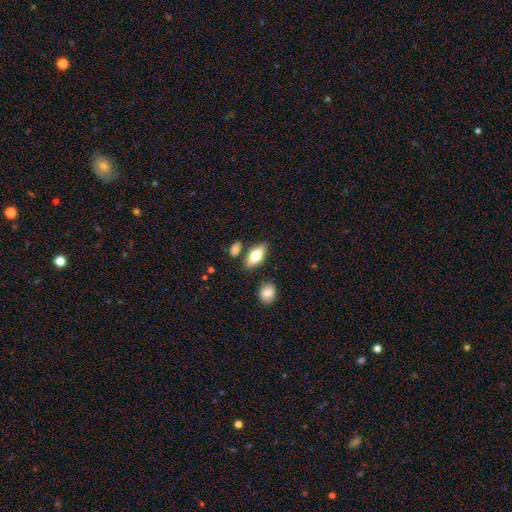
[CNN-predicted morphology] smooth 65%, featured or disk 28%, star or artifact 7%. Down the decision tree: how rounded — in between (79%); merging — none (79%).